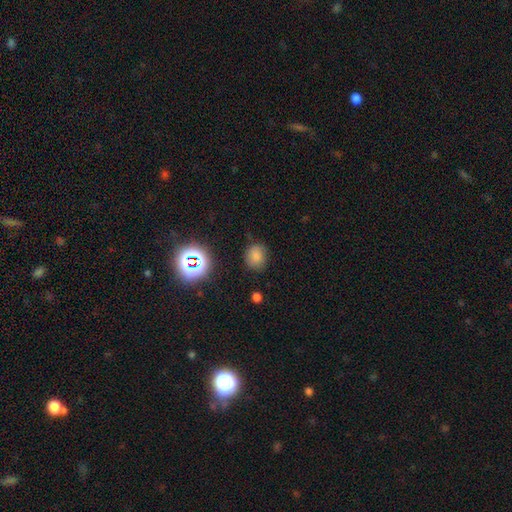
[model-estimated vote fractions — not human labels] Smooth or featured: smooth — 75% (star or artifact — 18%)
How rounded: round — 64% (in between — 35%)
Merging: none — 76% (minor disturbance — 17%)